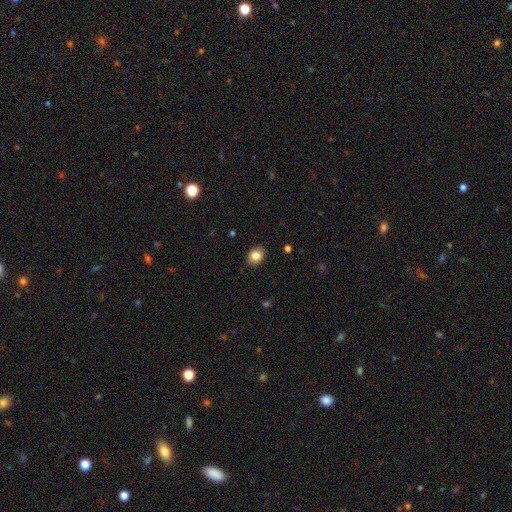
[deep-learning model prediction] The model was most divided on "how rounded": in between: 57%, round: 42%, cigar-shaped: 1%. More confident: merging — none (88%); smooth or featured — smooth (83%).